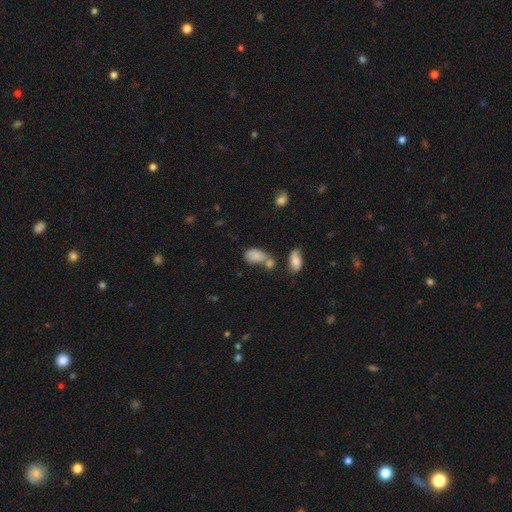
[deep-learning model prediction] Q: Smooth or featured?
A: smooth (81%); runner-up: star or artifact (10%)
Q: How rounded?
A: in between (90%); runner-up: round (8%)
Q: Merging?
A: merger (37%); runner-up: none (36%)